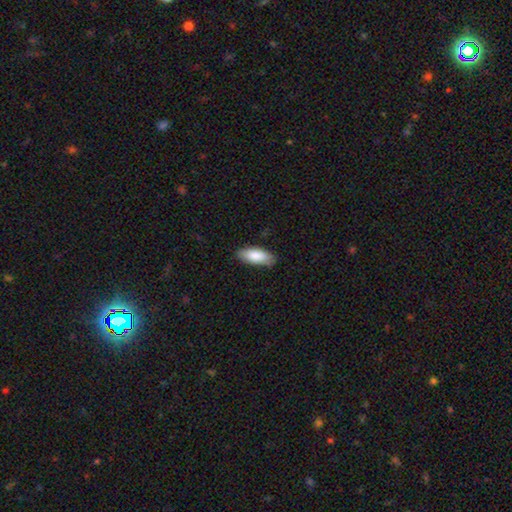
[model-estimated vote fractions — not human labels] smooth-or-featured: smooth: 85% | featured or disk: 10% | star or artifact: 5%
  how-rounded: in between: 81% | cigar-shaped: 17% | round: 2%
  merging: none: 85% | minor disturbance: 12% | major disturbance: 2% | merger: 1%